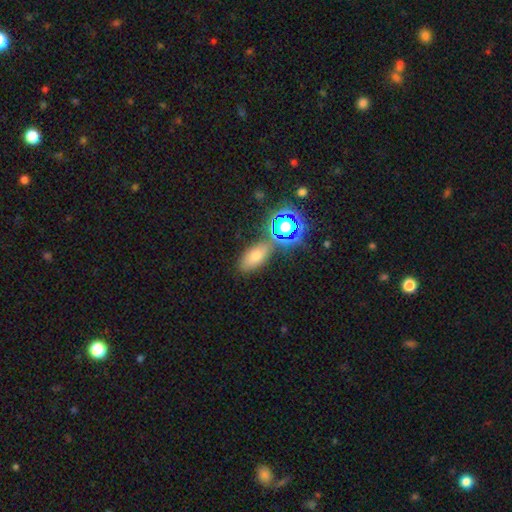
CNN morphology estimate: Q: Smooth or featured?
A: smooth (60%); runner-up: star or artifact (28%)
Q: How rounded?
A: in between (80%); runner-up: round (12%)
Q: Merging?
A: none (75%); runner-up: minor disturbance (12%)